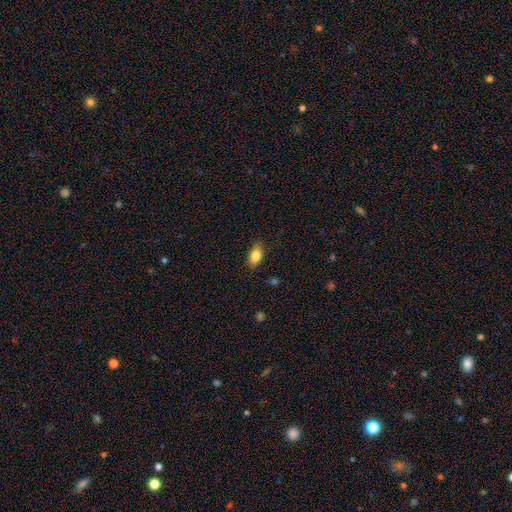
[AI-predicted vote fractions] Q: Smooth or featured?
A: smooth (83%); runner-up: featured or disk (10%)
Q: How rounded?
A: in between (88%); runner-up: round (8%)
Q: Merging?
A: none (85%); runner-up: minor disturbance (11%)